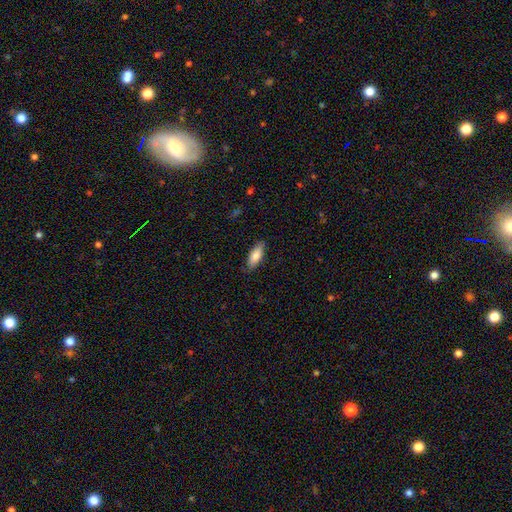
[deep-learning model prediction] Smooth or featured? smooth (82%)
How rounded? in between (71%)
Merging? none (84%)